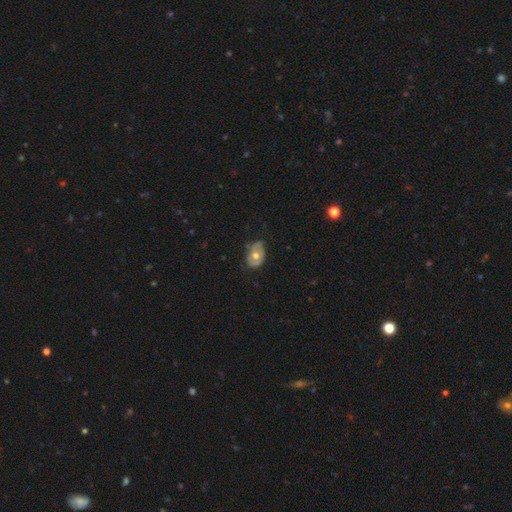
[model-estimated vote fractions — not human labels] smooth 49%, featured or disk 44%, star or artifact 7%. Down the decision tree: merging — none (54%).